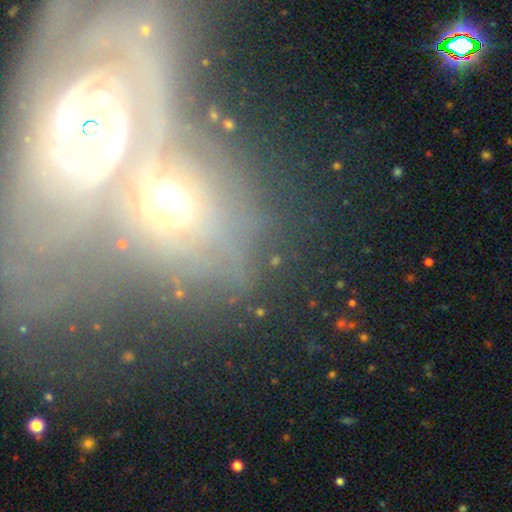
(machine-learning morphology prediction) Smooth or featured?
  - featured or disk: 62% *
  - smooth: 21%
  - star or artifact: 17%
Edge-on disk?
  - no: 91% *
  - yes: 9%
Bar?
  - no: 68% *
  - weak: 21%
  - strong: 12%
Spiral arms?
  - yes: 77% *
  - no: 23%
Bulge size?
  - moderate: 48% *
  - small: 36%
  - large: 9%
  - dominant: 4%
  - none: 3%
Merging?
  - merger: 46% *
  - none: 33%
  - minor disturbance: 11%
  - major disturbance: 10%